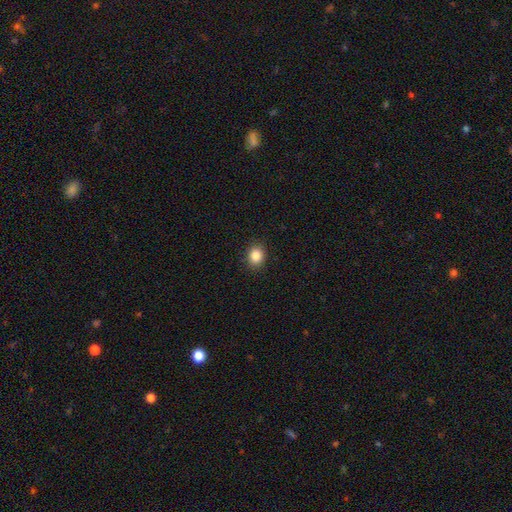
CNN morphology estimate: This appears to be a smooth galaxy with no disk features (86%) that is round (62%). Merging: none (90%).